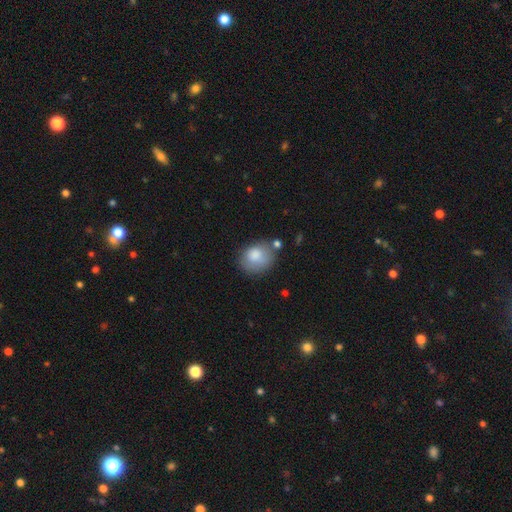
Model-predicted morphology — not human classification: type=smooth (81%); roundness=round (50%); merging=none (56%).